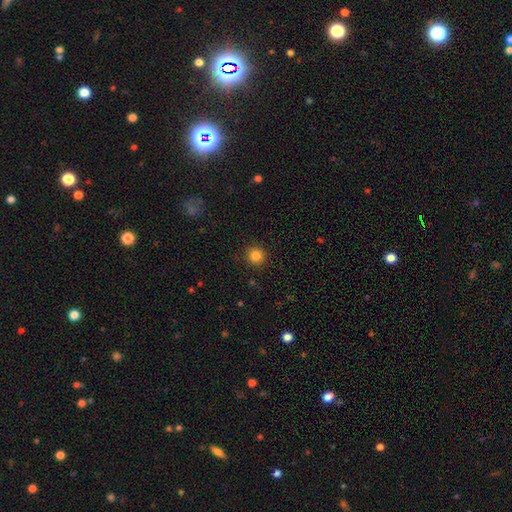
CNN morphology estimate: This appears to be a smooth galaxy with no disk features (83%) that is round (93%). Merging: none (91%).